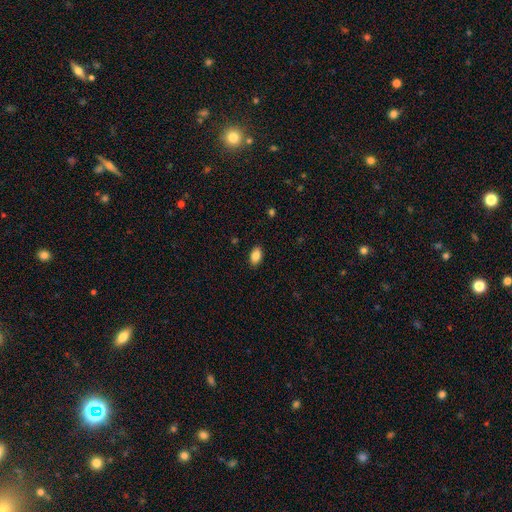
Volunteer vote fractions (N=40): Smooth or featured?
  - smooth: 82% *
  - featured or disk: 10%
  - star or artifact: 8%
How rounded?
  - in between: 94% *
  - round: 6%
  - cigar-shaped: 0%
Merging?
  - none: 89% *
  - merger: 5%
  - minor disturbance: 3%
  - major disturbance: 3%